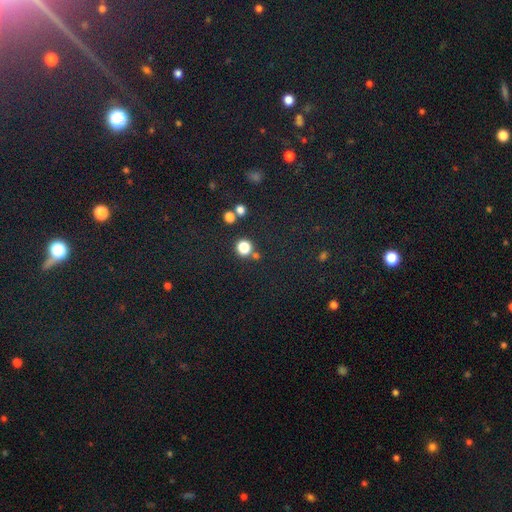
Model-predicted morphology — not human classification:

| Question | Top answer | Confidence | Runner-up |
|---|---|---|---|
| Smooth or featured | smooth | 48% | star or artifact (45%) |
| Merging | none | 81% | minor disturbance (8%) |